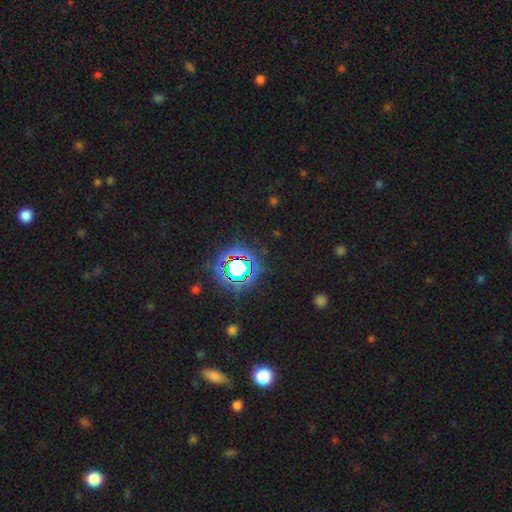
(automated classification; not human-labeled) Q: Smooth or featured?
A: star or artifact (80%); runner-up: smooth (13%)